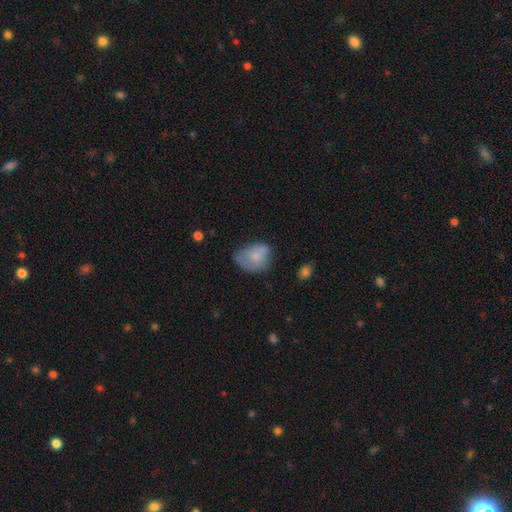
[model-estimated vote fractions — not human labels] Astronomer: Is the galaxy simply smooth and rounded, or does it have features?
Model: smooth — 72%.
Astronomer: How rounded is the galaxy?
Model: in between — 69%.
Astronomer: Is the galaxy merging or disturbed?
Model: none — 41% (runner-up: minor disturbance, 38%).